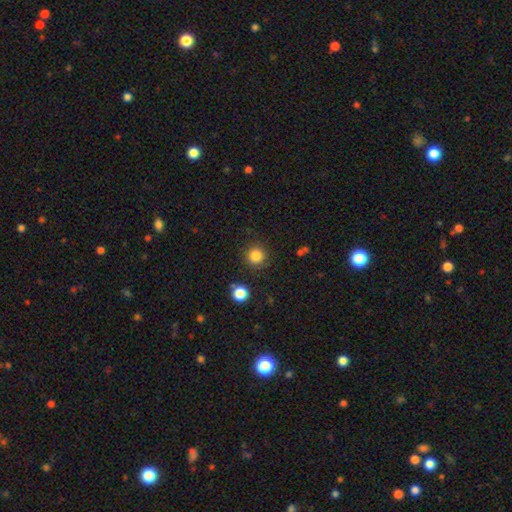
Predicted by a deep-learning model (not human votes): A smooth galaxy with no disk features (83%) that is round (94%).

Vote fractions:
- Smooth or featured? smooth: 83% / star or artifact: 12% / featured or disk: 5%
- How rounded? round: 94% / in between: 5% / cigar-shaped: 1%
- Merging? none: 88% / minor disturbance: 7% / major disturbance: 3% / merger: 2%